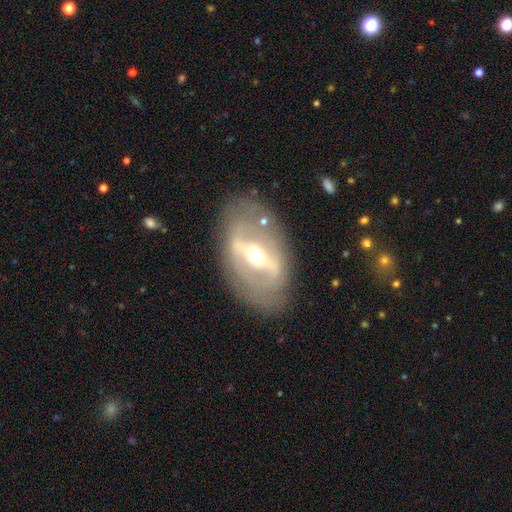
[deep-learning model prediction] smooth_or_featured: featured or disk (p=0.78) [alt: smooth p=0.16]
disk_edge_on: no (p=0.87) [alt: yes p=0.13]
bar: strong (p=0.68) [alt: weak p=0.22]
has_spiral_arms: no (p=0.58) [alt: yes p=0.42]
bulge_size: moderate (p=0.67) [alt: small p=0.22]
merging: none (p=0.78) [alt: minor disturbance p=0.14]